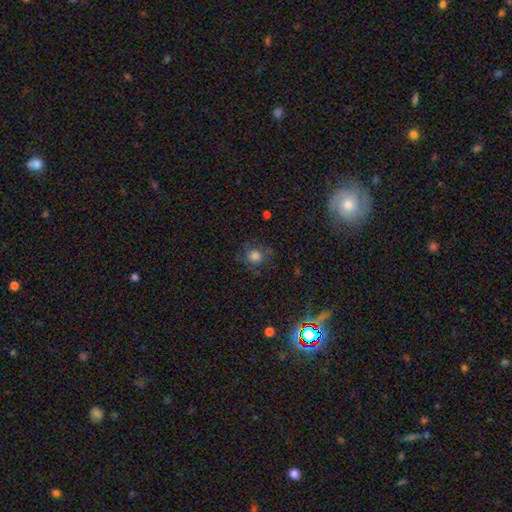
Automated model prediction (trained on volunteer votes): Smooth or featured: smooth — 70% (star or artifact — 15%)
How rounded: round — 84% (in between — 15%)
Merging: none — 72% (minor disturbance — 17%)